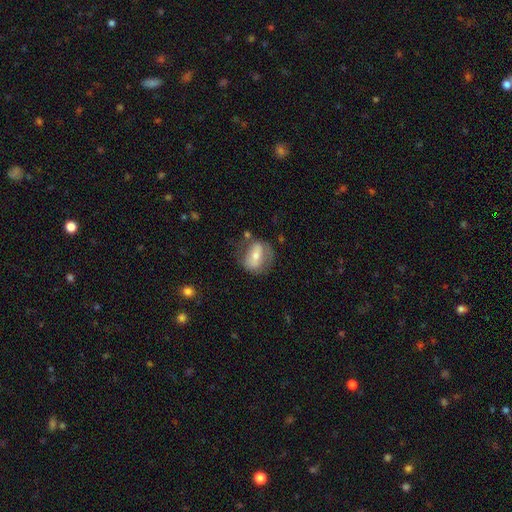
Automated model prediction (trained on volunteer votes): Q: Smooth or featured?
A: featured or disk (48%); runner-up: smooth (44%)
Q: Merging?
A: none (59%); runner-up: minor disturbance (22%)